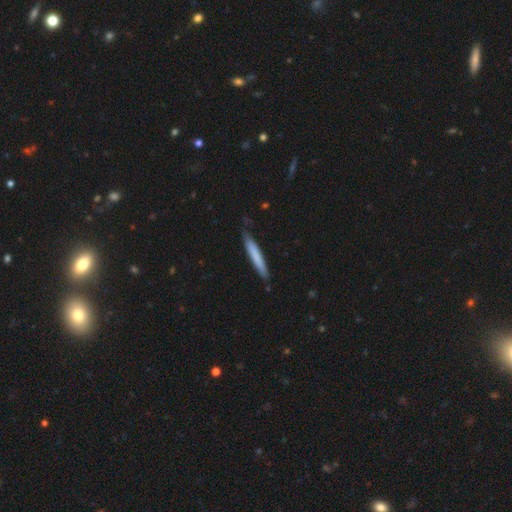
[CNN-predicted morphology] smooth-or-featured: smooth: 74% | featured or disk: 21% | star or artifact: 5%
  how-rounded: cigar-shaped: 95% | in between: 4% | round: 1%
  merging: none: 77% | minor disturbance: 19% | major disturbance: 3% | merger: 2%